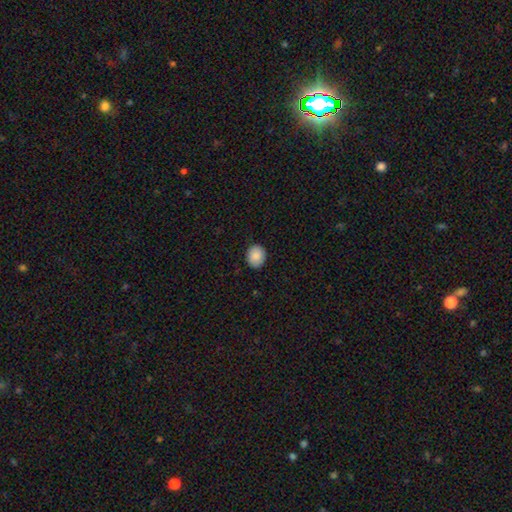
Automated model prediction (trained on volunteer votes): smooth-or-featured: smooth: 88% | star or artifact: 8% | featured or disk: 4%
  how-rounded: round: 58% | in between: 41% | cigar-shaped: 1%
  merging: none: 87% | minor disturbance: 10% | major disturbance: 2% | merger: 1%